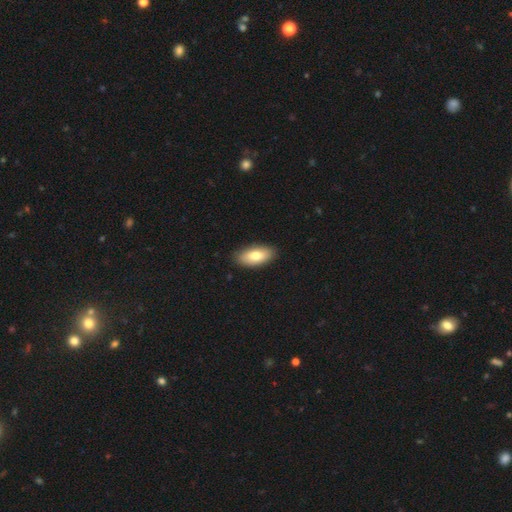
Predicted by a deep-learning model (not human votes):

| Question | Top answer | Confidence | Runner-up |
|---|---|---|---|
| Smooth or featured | smooth | 76% | featured or disk (18%) |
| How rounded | in between | 89% | cigar-shaped (8%) |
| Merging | none | 88% | minor disturbance (9%) |